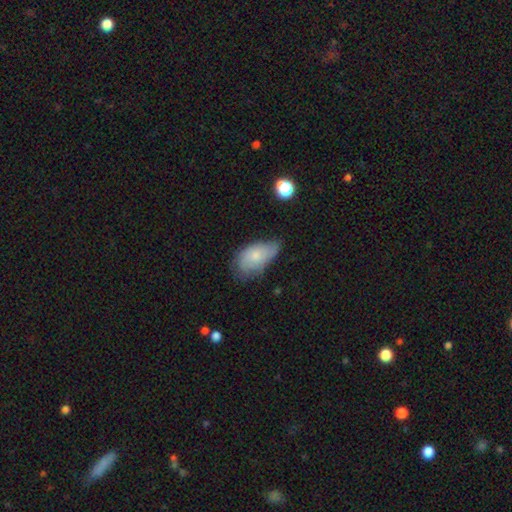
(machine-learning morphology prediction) Smooth or featured? smooth (68%)
How rounded? in between (92%)
Merging? minor disturbance (42%, tied with none)